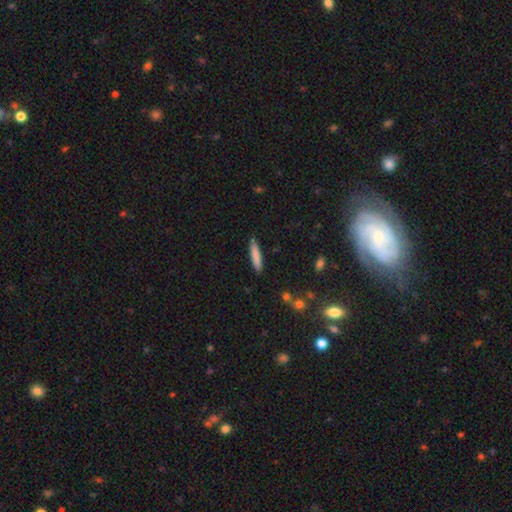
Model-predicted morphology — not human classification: Overall: smooth (81%). How rounded: cigar-shaped (90%). Merging: none (87%).